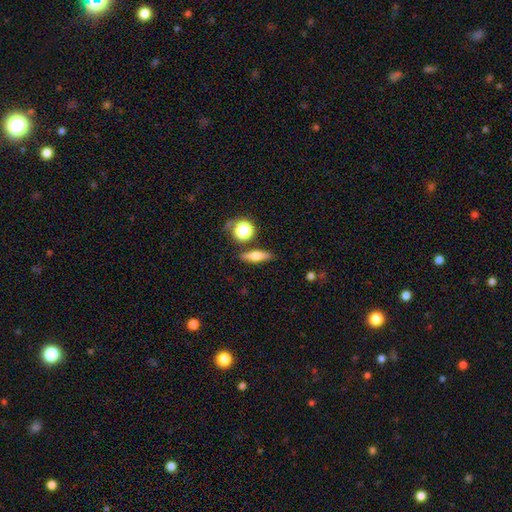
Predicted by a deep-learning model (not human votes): Smooth or featured? smooth (49%)
Merging? none (82%)